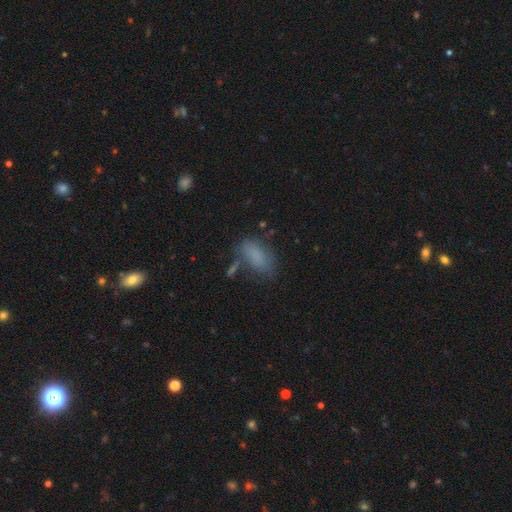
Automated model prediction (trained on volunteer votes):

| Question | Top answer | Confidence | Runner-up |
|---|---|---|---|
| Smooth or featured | smooth | 78% | featured or disk (11%) |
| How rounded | in between | 87% | cigar-shaped (8%) |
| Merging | none | 57% | minor disturbance (22%) |